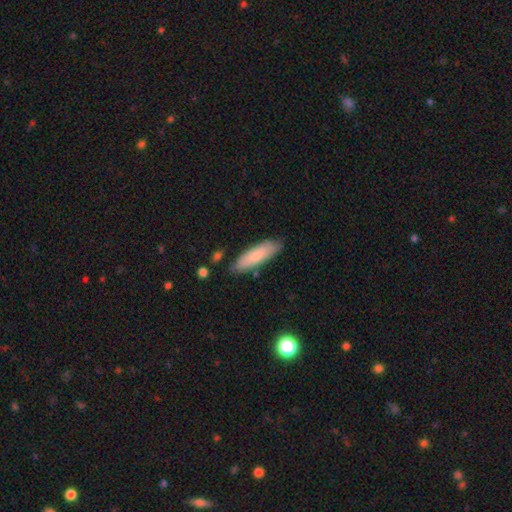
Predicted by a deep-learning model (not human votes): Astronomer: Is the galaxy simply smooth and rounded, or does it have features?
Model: smooth — 80%.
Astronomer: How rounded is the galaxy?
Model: cigar-shaped — 54% (runner-up: in between, 45%).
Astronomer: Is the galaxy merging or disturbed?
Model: none — 81%.